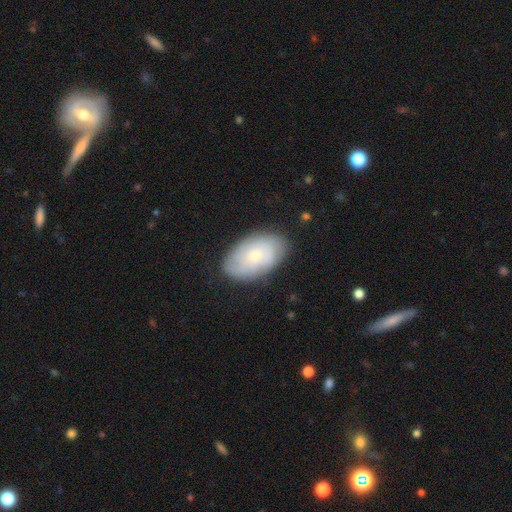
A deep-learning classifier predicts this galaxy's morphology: Smooth or featured: smooth — 54% (featured or disk — 39%)
How rounded: in between — 92% (round — 6%)
Merging: none — 78% (minor disturbance — 17%)